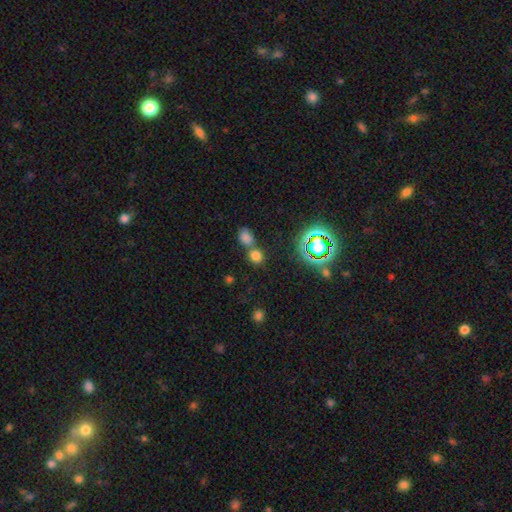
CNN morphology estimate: This appears to be a smooth galaxy with no disk features (70%) that is round (77%). Merging: none (50%).